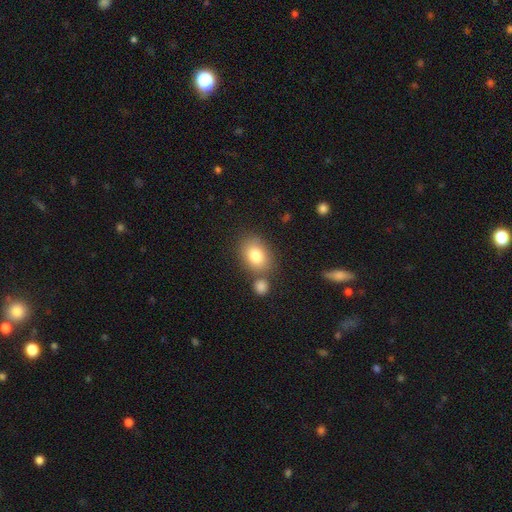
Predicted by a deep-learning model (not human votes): Smooth or featured?
  - smooth: 80% *
  - featured or disk: 11%
  - star or artifact: 9%
How rounded?
  - in between: 70% *
  - round: 29%
  - cigar-shaped: 1%
Merging?
  - none: 65% *
  - merger: 18%
  - minor disturbance: 12%
  - major disturbance: 4%